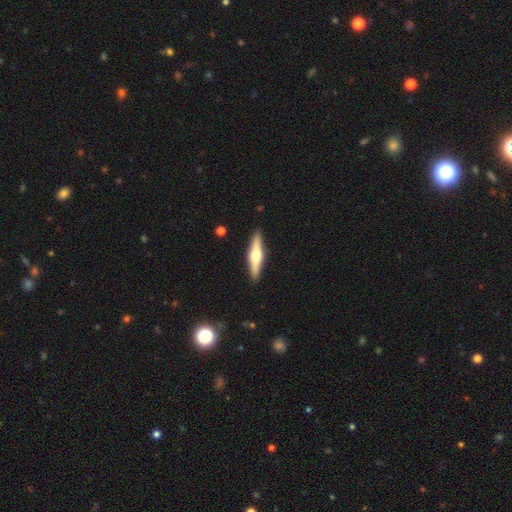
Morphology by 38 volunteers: A featured or disk galaxy (58%) viewed edge-on (100%) with a rounded central bulge (91%). Merging: none (89%).